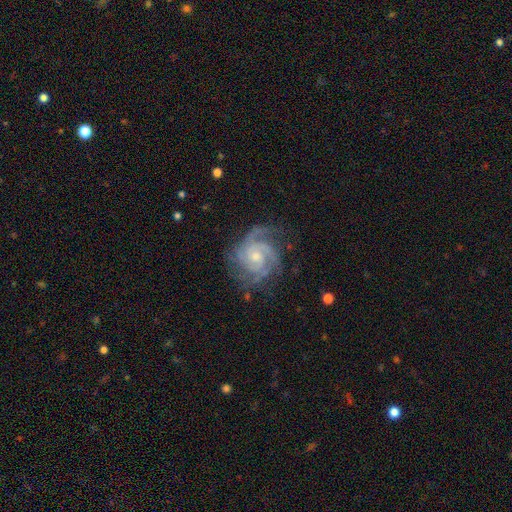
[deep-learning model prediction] smooth_or_featured: featured or disk (p=0.91) [alt: star or artifact p=0.05]
disk_edge_on: no (p=0.98) [alt: yes p=0.02]
bar: no (p=0.67) [alt: weak p=0.28]
has_spiral_arms: yes (p=0.98) [alt: no p=0.02]
spiral_winding: tight (p=0.63) [alt: medium p=0.33]
spiral_arm_count: 3 (p=0.40) [alt: 2 p=0.19]
bulge_size: small (p=0.55) [alt: moderate p=0.40]
merging: none (p=0.71) [alt: minor disturbance p=0.19]